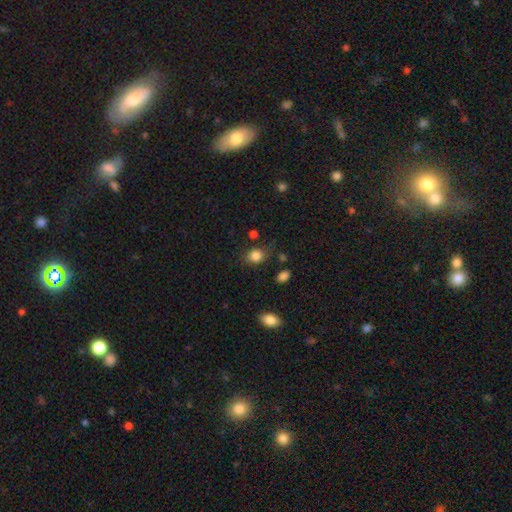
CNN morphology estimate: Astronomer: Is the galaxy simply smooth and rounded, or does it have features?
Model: smooth — 84%.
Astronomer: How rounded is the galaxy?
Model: round — 59% (runner-up: in between, 40%).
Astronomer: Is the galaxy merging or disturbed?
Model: none — 73%.